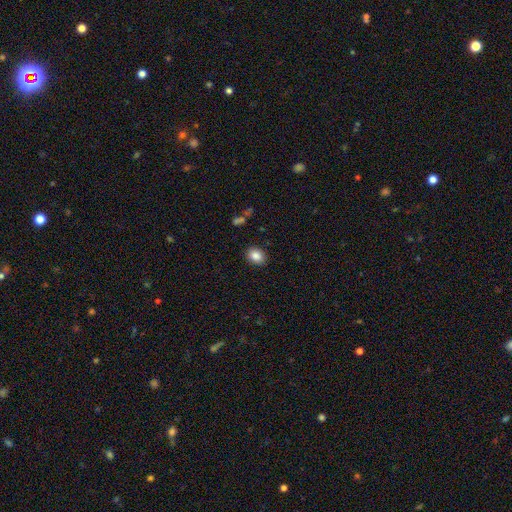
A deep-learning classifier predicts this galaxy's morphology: Q: Smooth or featured?
A: smooth (86%); runner-up: star or artifact (9%)
Q: How rounded?
A: in between (55%); runner-up: round (44%)
Q: Merging?
A: none (89%); runner-up: minor disturbance (8%)